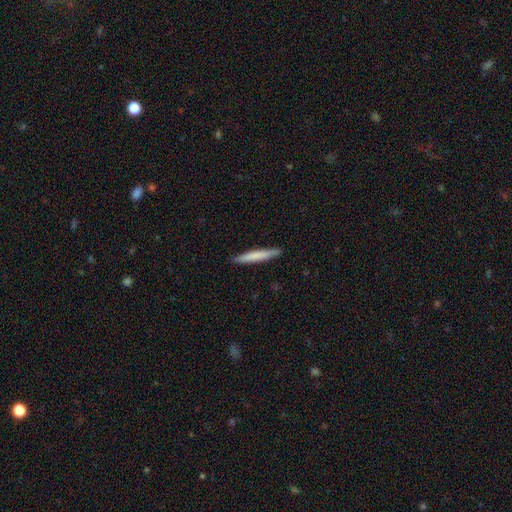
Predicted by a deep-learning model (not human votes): Smooth or featured: smooth — 72% (featured or disk — 23%)
How rounded: cigar-shaped — 96% (in between — 3%)
Merging: none — 91% (minor disturbance — 7%)